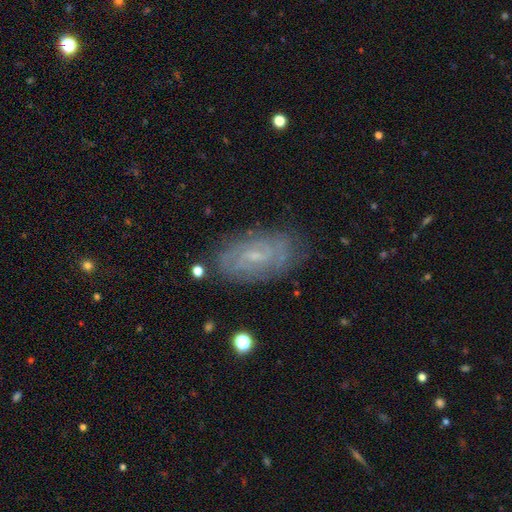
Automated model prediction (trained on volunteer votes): Smooth or featured? Predicted: featured or disk (p=0.67). Edge-on disk? Predicted: no (p=0.93). Bar? Predicted: weak (p=0.48). Spiral arms? Predicted: yes (p=0.84). Spiral winding? Predicted: tight (p=0.58). Spiral arm count? Predicted: can't tell (p=0.50). Bulge size? Predicted: small (p=0.71). Merging? Predicted: none (p=0.78).